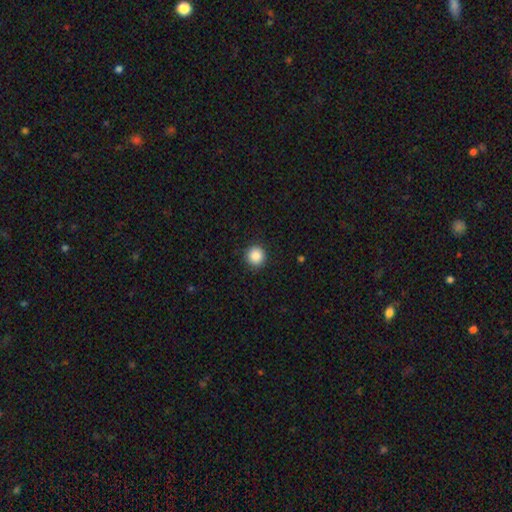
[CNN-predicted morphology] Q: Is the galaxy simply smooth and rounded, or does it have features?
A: smooth — 88%.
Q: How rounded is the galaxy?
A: round — 94%.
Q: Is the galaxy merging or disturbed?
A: none — 91%.